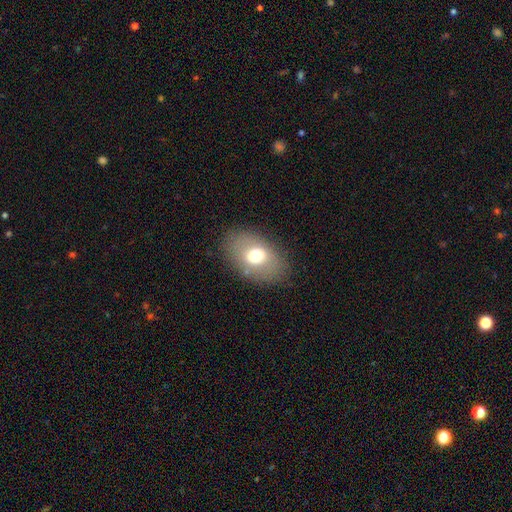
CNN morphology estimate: Overall: smooth (67%). How rounded: in between (86%). Merging: none (82%).